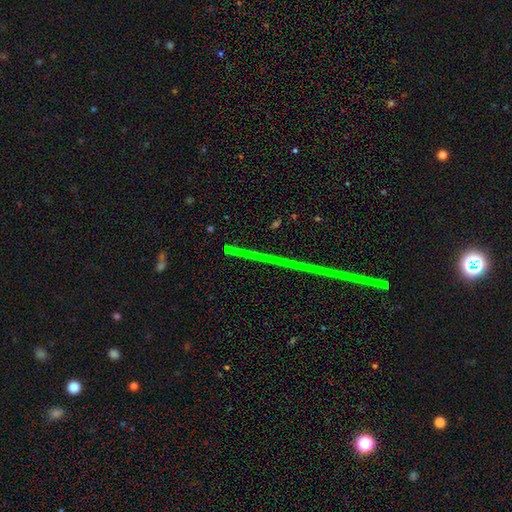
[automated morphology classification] This appears to be a star or artifact, not a galaxy (79%).